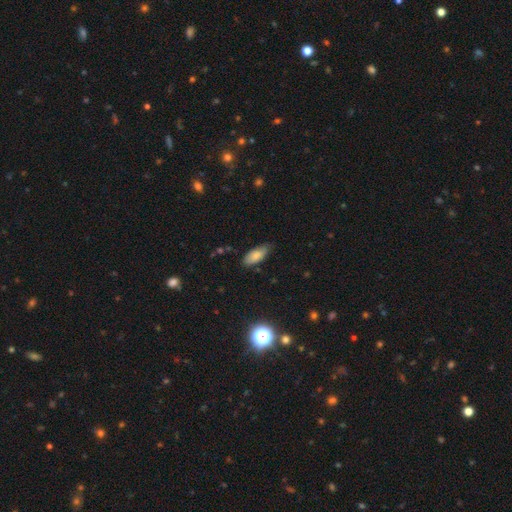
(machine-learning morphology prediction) Smooth or featured? smooth (80%)
How rounded? in between (84%)
Merging? none (73%)